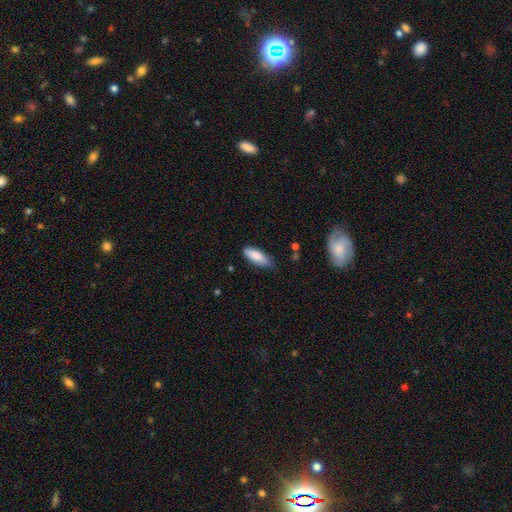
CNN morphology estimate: Smooth or featured? smooth (83%)
How rounded? in between (69%)
Merging? none (74%)